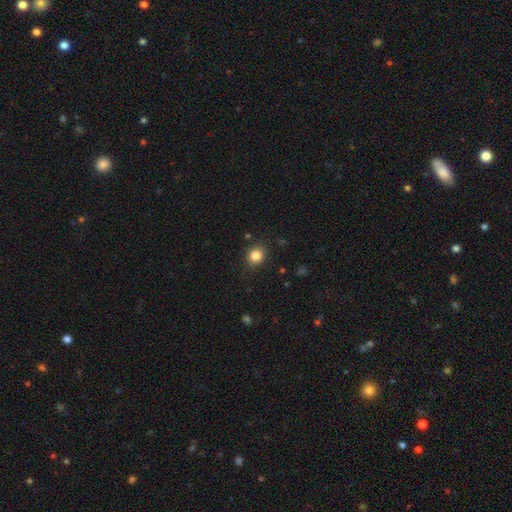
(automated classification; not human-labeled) A smooth galaxy with no disk features (83%) that is round (67%). Merging: none (85%).